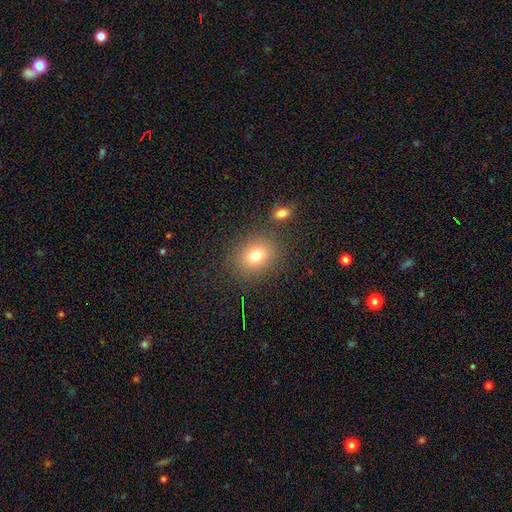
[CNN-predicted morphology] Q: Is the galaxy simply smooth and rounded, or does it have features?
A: smooth — 77%.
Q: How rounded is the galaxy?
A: round — 53%.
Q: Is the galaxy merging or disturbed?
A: none — 81%.